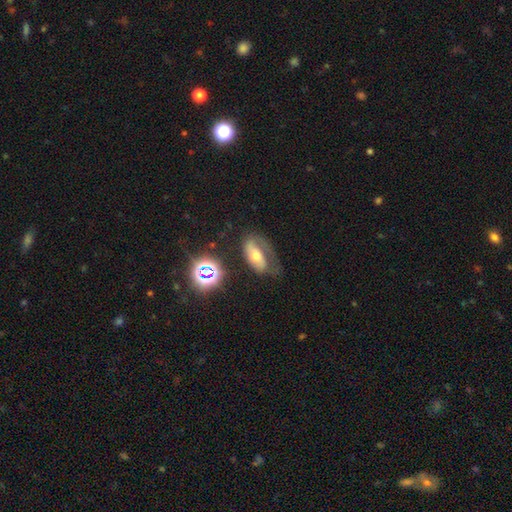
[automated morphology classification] Smooth or featured?
  - featured or disk: 51% *
  - smooth: 33%
  - star or artifact: 16%
Edge-on disk?
  - no: 88% *
  - yes: 12%
Merging?
  - none: 44% *
  - major disturbance: 27%
  - minor disturbance: 26%
  - merger: 3%